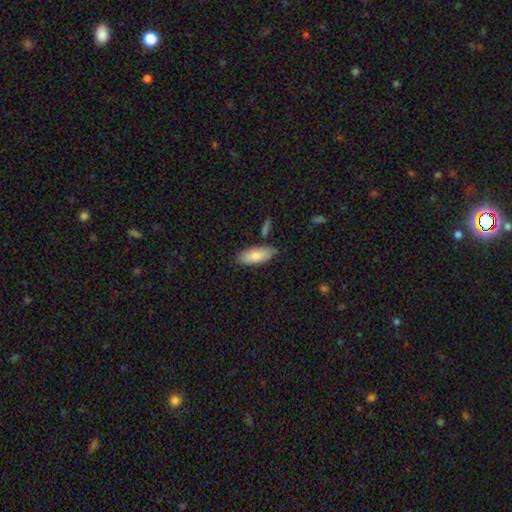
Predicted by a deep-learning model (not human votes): Q: Smooth or featured?
A: smooth (81%); runner-up: featured or disk (13%)
Q: How rounded?
A: in between (83%); runner-up: cigar-shaped (15%)
Q: Merging?
A: none (78%); runner-up: minor disturbance (14%)